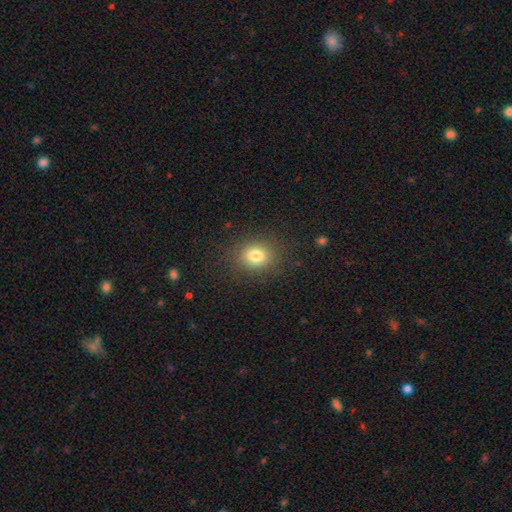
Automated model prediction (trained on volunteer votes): Overall: smooth (80%). How rounded: round (61%; in between 38%). Merging: none (86%).